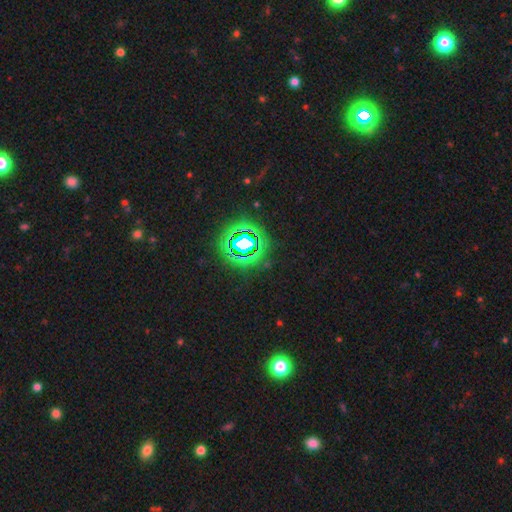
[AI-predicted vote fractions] smooth-or-featured: star or artifact: 80% | smooth: 13% | featured or disk: 7%